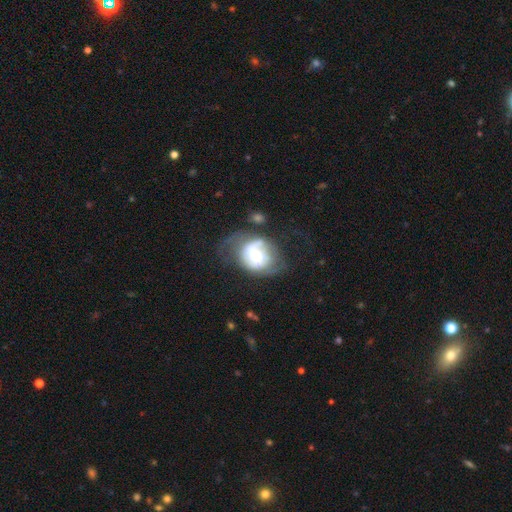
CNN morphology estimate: Smooth or featured? Predicted: featured or disk (p=0.66). Edge-on disk? Predicted: no (p=0.97). Bar? Predicted: no (p=0.65). Spiral arms? Predicted: yes (p=0.77). Bulge size? Predicted: moderate (p=0.58). Merging? Predicted: none (p=0.36).